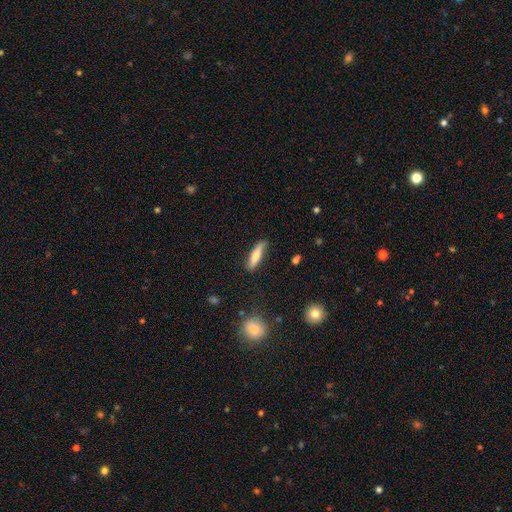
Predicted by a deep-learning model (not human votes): Smooth or featured? smooth (73%)
How rounded? cigar-shaped (76%)
Merging? none (78%)